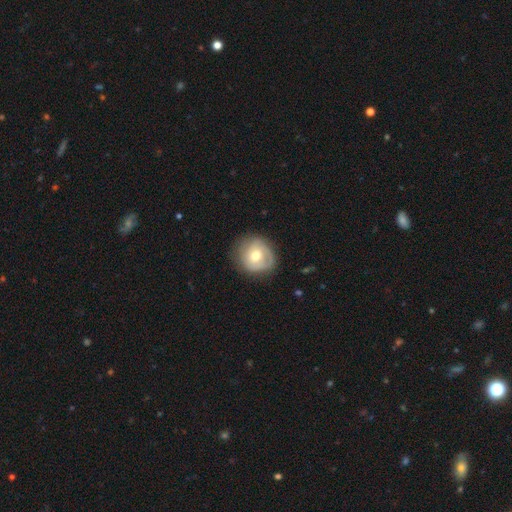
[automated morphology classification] Overall: smooth (48%; featured or disk 45%). Merging: none (70%).